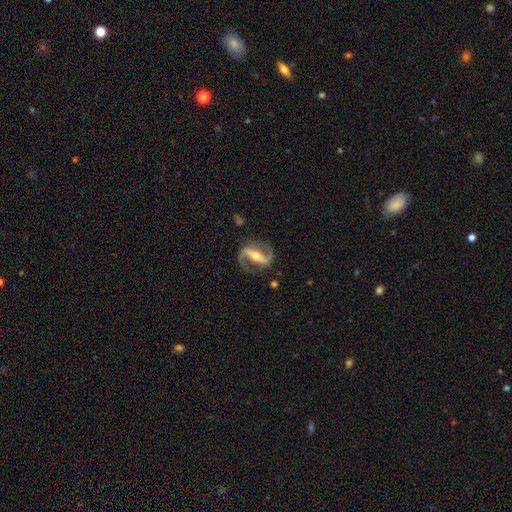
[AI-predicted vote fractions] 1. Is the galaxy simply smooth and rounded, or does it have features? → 91% featured or disk, 5% smooth, 4% star or artifact.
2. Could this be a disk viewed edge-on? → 96% no, 4% yes.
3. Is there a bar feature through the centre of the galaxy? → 67% strong, 21% weak, 12% no.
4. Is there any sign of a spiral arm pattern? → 96% yes, 4% no.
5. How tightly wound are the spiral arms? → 51% medium, 32% loose, 17% tight.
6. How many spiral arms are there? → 93% 2, 2% 1, 2% can't tell, 1% 3, 1% 4, 1% more than 4.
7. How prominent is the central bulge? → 56% moderate, 37% small, 4% large, 2% none, 1% dominant.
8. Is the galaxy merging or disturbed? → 83% none, 11% minor disturbance, 5% major disturbance, 2% merger.